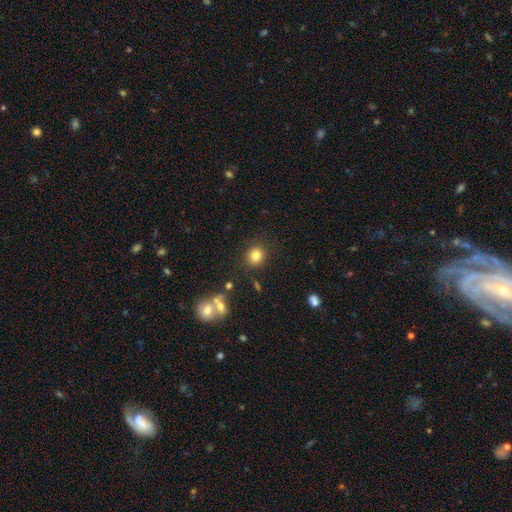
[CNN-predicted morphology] smooth-or-featured: smooth: 81% | star or artifact: 12% | featured or disk: 7%
  how-rounded: round: 81% | in between: 18% | cigar-shaped: 1%
  merging: none: 85% | minor disturbance: 8% | merger: 3% | major disturbance: 3%